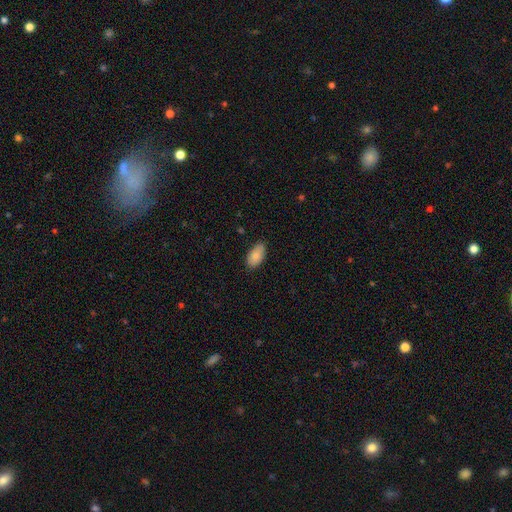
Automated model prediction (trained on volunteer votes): A smooth galaxy with no disk features (85%) that is in between round and cigar-shaped (95%).

Vote fractions:
- Smooth or featured? smooth: 85% / featured or disk: 9% / star or artifact: 7%
- How rounded? in between: 95% / round: 3% / cigar-shaped: 2%
- Merging? none: 83% / minor disturbance: 14% / major disturbance: 2% / merger: 1%